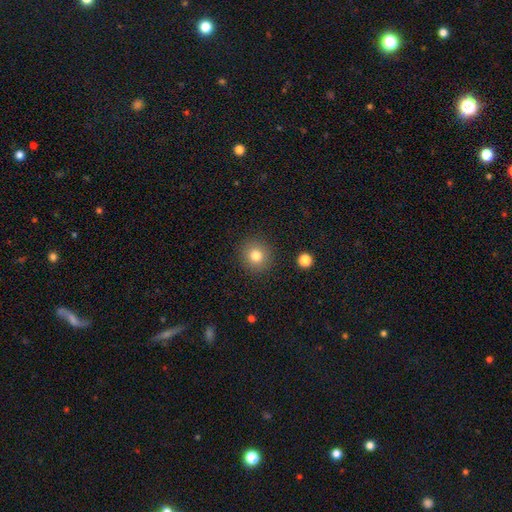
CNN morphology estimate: A smooth galaxy with no disk features (80%) that is round (91%).

Vote fractions:
- Smooth or featured? smooth: 80% / star or artifact: 12% / featured or disk: 9%
- How rounded? round: 91% / in between: 9% / cigar-shaped: 1%
- Merging? none: 89% / minor disturbance: 7% / major disturbance: 3% / merger: 2%